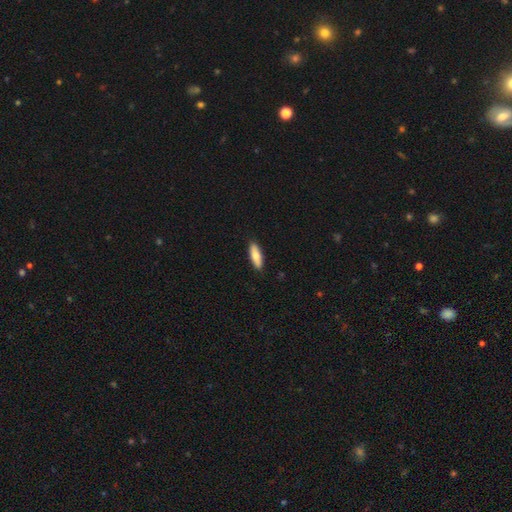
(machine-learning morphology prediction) Smooth or featured: smooth — 80% (featured or disk — 14%)
How rounded: in between — 54% (cigar-shaped — 44%)
Merging: none — 90% (minor disturbance — 8%)